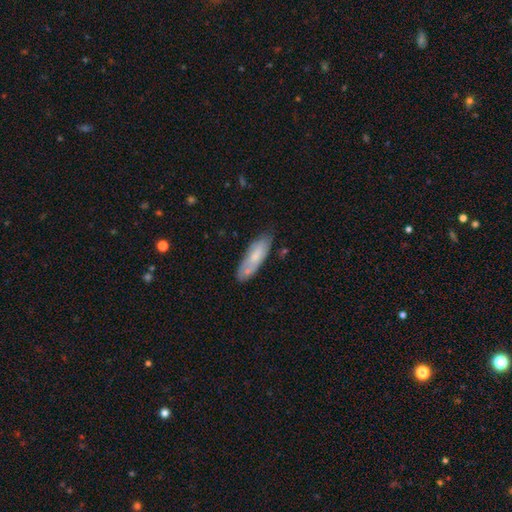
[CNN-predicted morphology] A smooth galaxy with no disk features (69%) that is in between round and cigar-shaped (53%).

Vote fractions:
- Smooth or featured? smooth: 69% / featured or disk: 24% / star or artifact: 6%
- How rounded? in between: 53% / cigar-shaped: 46% / round: 2%
- Merging? none: 65% / minor disturbance: 25% / major disturbance: 5% / merger: 5%